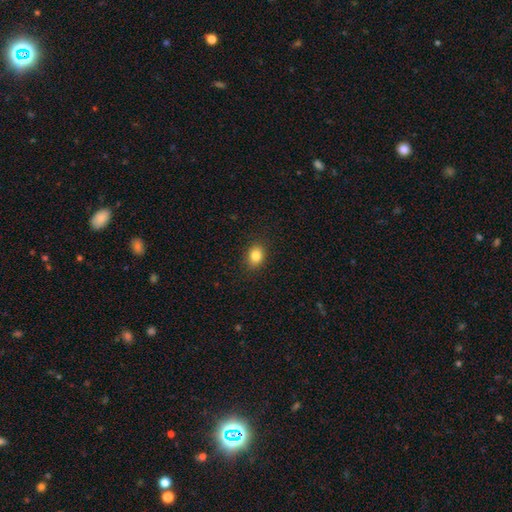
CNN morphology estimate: smooth_or_featured: smooth (p=0.84) [alt: star or artifact p=0.10]
how_rounded: in between (p=0.56) [alt: round p=0.42]
merging: none (p=0.88) [alt: minor disturbance p=0.09]